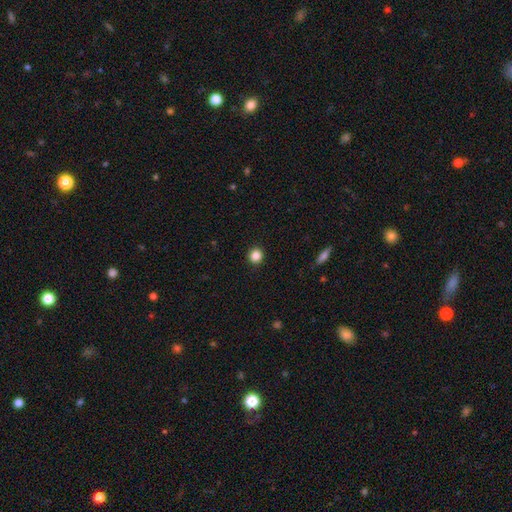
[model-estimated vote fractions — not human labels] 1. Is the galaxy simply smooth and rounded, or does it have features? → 86% smooth, 11% star or artifact, 3% featured or disk.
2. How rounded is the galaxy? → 91% round, 8% in between, 1% cigar-shaped.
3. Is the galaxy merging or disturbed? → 92% none, 5% minor disturbance, 2% major disturbance, 1% merger.